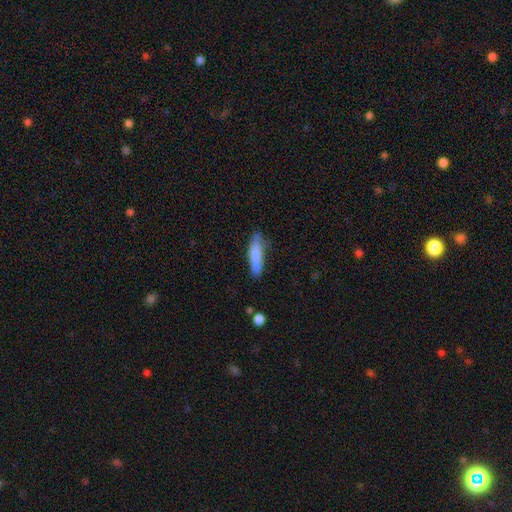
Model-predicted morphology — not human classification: smooth 81%, featured or disk 13%, star or artifact 6%. Down the decision tree: how rounded — cigar-shaped (74%); merging — none (66%).